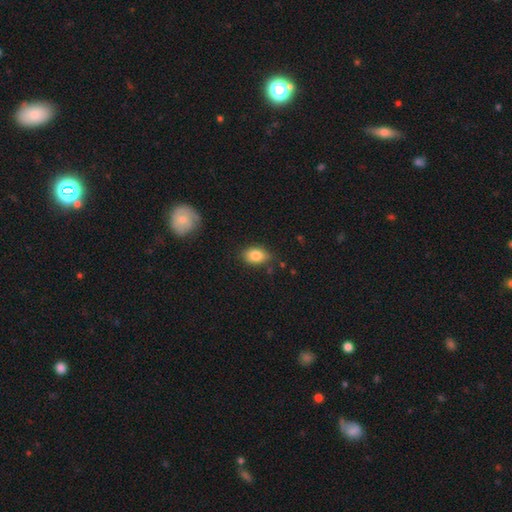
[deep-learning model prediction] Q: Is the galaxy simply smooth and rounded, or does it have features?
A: smooth — 82%.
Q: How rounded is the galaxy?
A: in between — 81%.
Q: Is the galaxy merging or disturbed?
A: none — 74%.